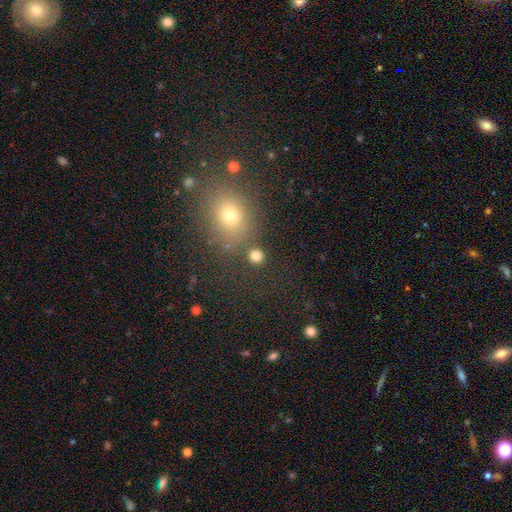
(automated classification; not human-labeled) The model was most divided on "smooth or featured": smooth: 80%, star or artifact: 15%, featured or disk: 5%. More confident: how rounded — round (89%); merging — none (82%).